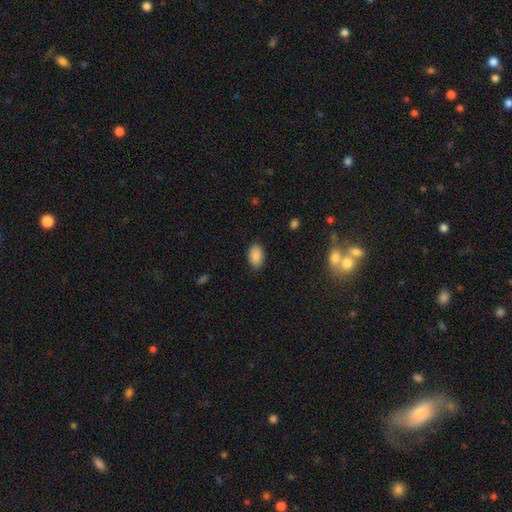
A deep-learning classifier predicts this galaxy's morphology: smooth_or_featured: smooth (p=0.88) [alt: star or artifact p=0.08]
how_rounded: in between (p=0.92) [alt: round p=0.07]
merging: none (p=0.86) [alt: minor disturbance p=0.10]